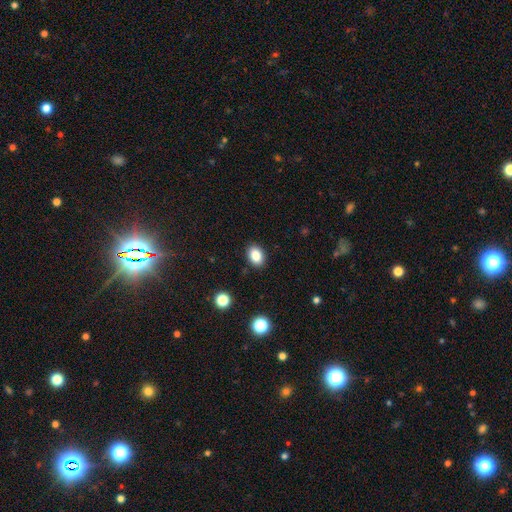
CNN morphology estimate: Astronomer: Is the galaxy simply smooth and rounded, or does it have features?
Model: smooth — 86%.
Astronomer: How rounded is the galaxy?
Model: in between — 77%.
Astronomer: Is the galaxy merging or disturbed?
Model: none — 89%.